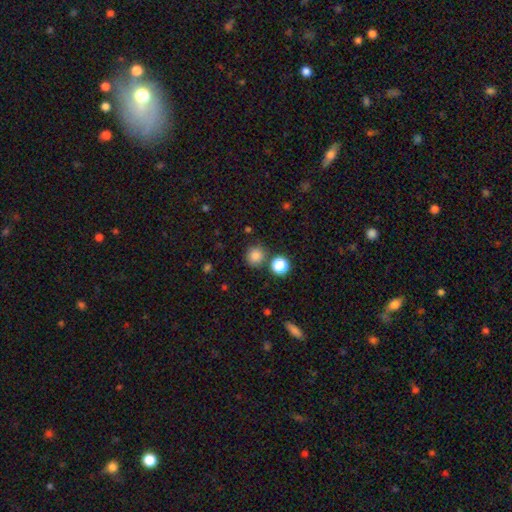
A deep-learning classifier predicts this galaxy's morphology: This is clearly a smooth galaxy (83%). How rounded: clearly round (91%). Merging: clearly none (81%).